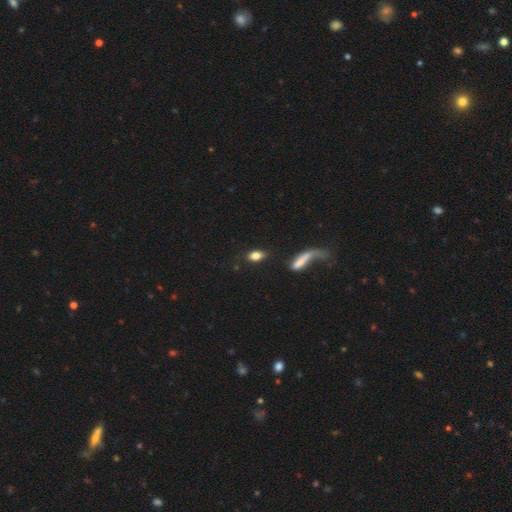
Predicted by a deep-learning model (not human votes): Smooth or featured: smooth — 81% (featured or disk — 11%)
How rounded: in between — 82% (round — 10%)
Merging: none — 71% (minor disturbance — 14%)